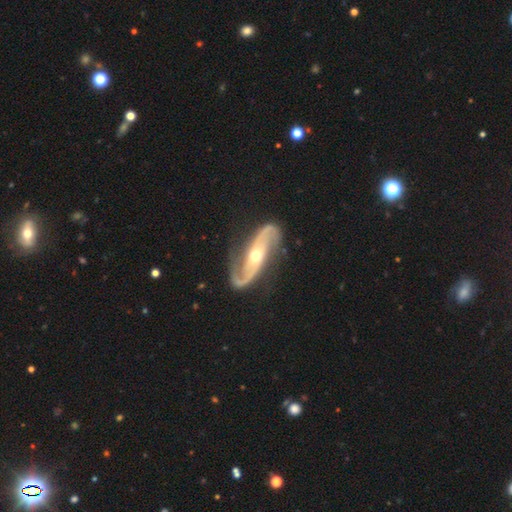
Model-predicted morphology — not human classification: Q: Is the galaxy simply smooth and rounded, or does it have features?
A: featured or disk — 91%.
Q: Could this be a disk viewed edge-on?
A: no — 95%.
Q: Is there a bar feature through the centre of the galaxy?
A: no — 53%.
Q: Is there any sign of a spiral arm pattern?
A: yes — 98%.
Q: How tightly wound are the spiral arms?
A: loose — 44%.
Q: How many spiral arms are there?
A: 2 — 94%.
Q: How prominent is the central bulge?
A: moderate — 69%.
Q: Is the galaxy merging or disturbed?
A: none — 78%.